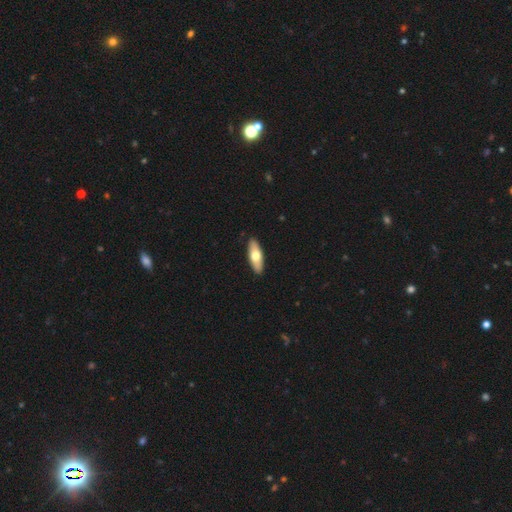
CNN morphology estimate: smooth-or-featured: smooth: 62% | featured or disk: 33% | star or artifact: 5%
  how-rounded: in between: 63% | cigar-shaped: 35% | round: 2%
  merging: none: 91% | minor disturbance: 7% | major disturbance: 1% | merger: 1%